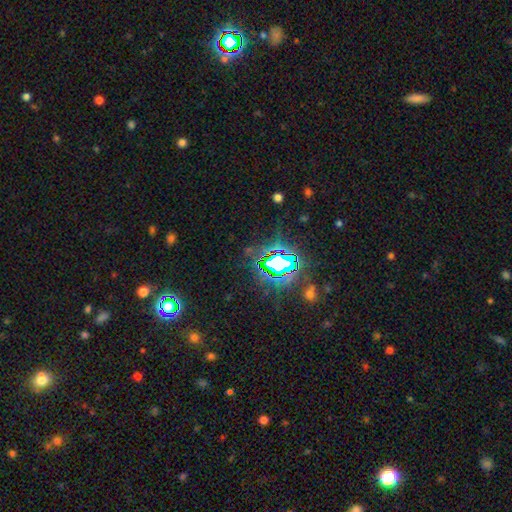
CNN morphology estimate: smooth-or-featured: star or artifact: 79% | smooth: 13% | featured or disk: 8%